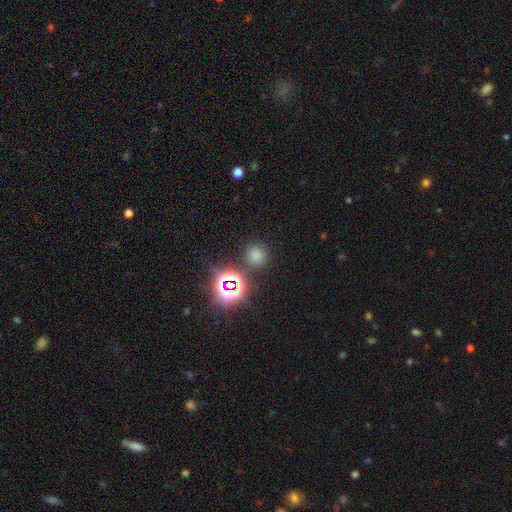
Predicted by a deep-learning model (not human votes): Smooth or featured? smooth (65%)
How rounded? round (90%)
Merging? none (81%)